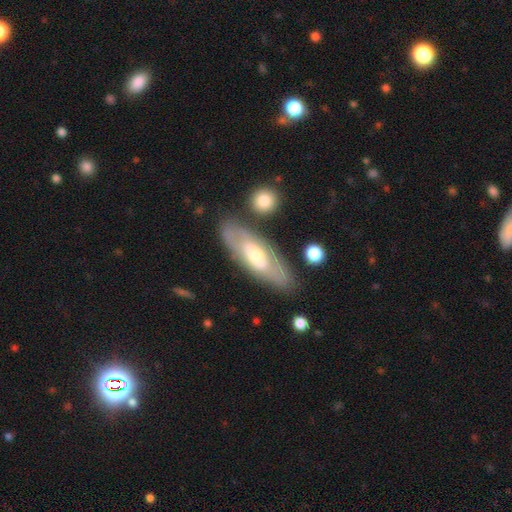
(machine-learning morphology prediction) A featured or disk galaxy (59%).

Vote fractions:
- Smooth or featured? featured or disk: 59% / smooth: 36% / star or artifact: 5%
- Edge-on disk? no: 75% / yes: 25%
- Merging? none: 78% / minor disturbance: 13% / merger: 5% / major disturbance: 4%